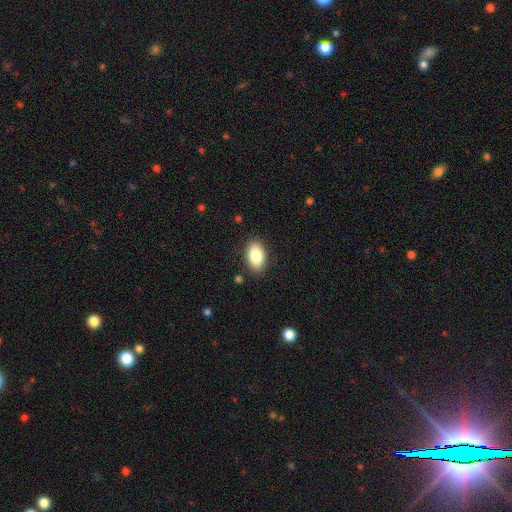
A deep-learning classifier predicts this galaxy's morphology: A smooth galaxy with no disk features (86%) that is in between round and cigar-shaped (93%).

Vote fractions:
- Smooth or featured? smooth: 86% / featured or disk: 7% / star or artifact: 7%
- How rounded? in between: 93% / round: 5% / cigar-shaped: 2%
- Merging? none: 87% / minor disturbance: 10% / major disturbance: 3% / merger: 1%